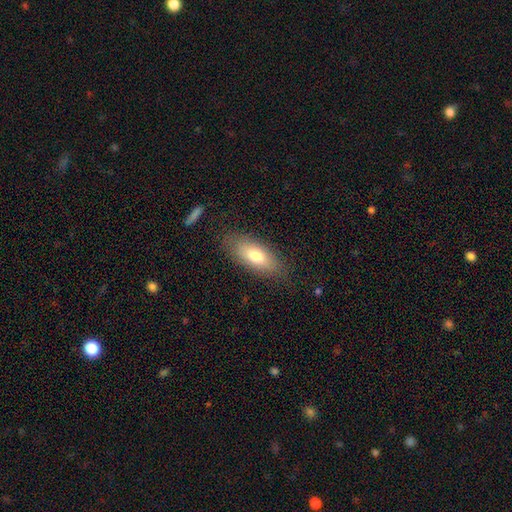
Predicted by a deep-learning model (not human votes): A smooth galaxy with no disk features (73%) that is in between round and cigar-shaped (81%).

Vote fractions:
- Smooth or featured? smooth: 73% / featured or disk: 20% / star or artifact: 7%
- How rounded? in between: 81% / cigar-shaped: 16% / round: 3%
- Merging? none: 81% / minor disturbance: 13% / major disturbance: 4% / merger: 1%